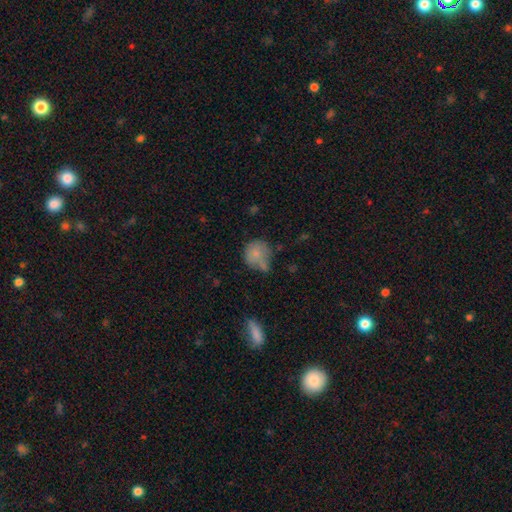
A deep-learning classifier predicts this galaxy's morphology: The model was most divided on "merging": none: 47%, minor disturbance: 26%, merger: 17%, major disturbance: 10%. More confident: how rounded — round (78%); smooth or featured — smooth (78%).